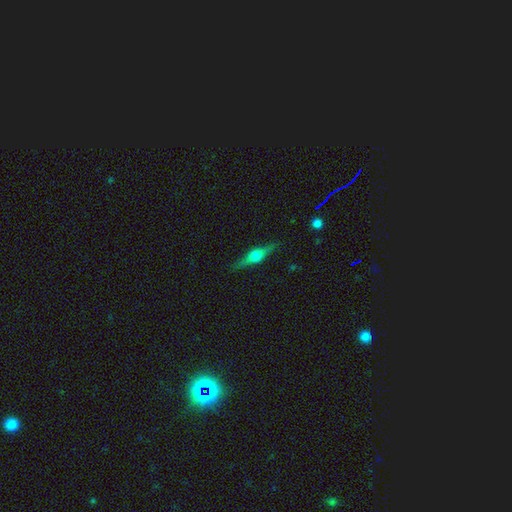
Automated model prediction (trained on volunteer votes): The model was most divided on "smooth or featured": featured or disk: 72%, smooth: 22%, star or artifact: 6%. More confident: edge-on disk — yes (97%); edge-on bulge — rounded (94%); merging — none (88%).